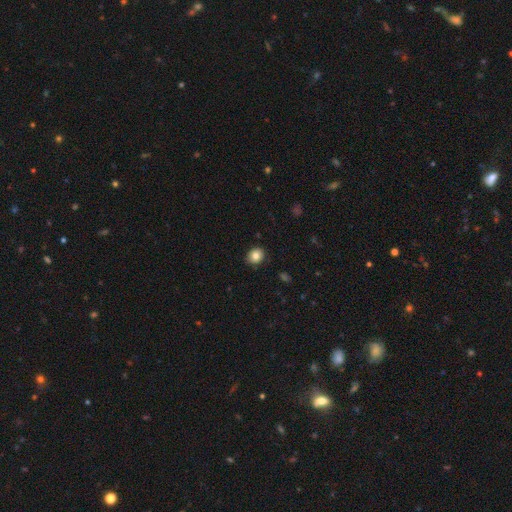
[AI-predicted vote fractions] Smooth or featured? smooth (83%)
How rounded? round (66%)
Merging? none (89%)